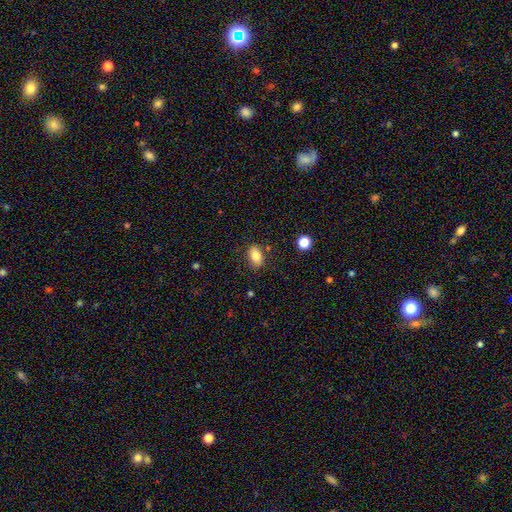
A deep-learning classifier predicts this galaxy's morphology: smooth 82%, featured or disk 9%, star or artifact 9%. Down the decision tree: how rounded — in between (87%); merging — none (83%).